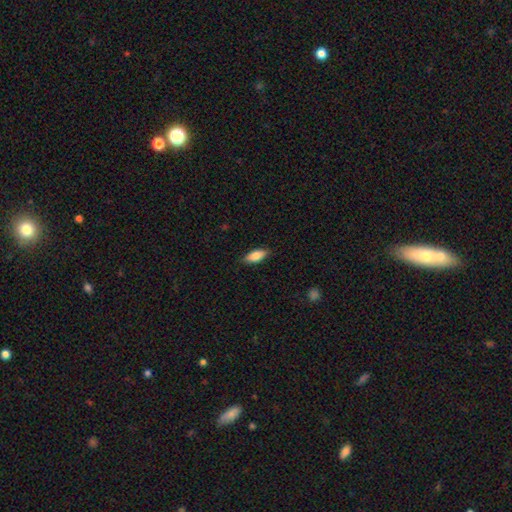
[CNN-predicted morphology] type=smooth (82%); roundness=in between (84%); merging=none (84%).